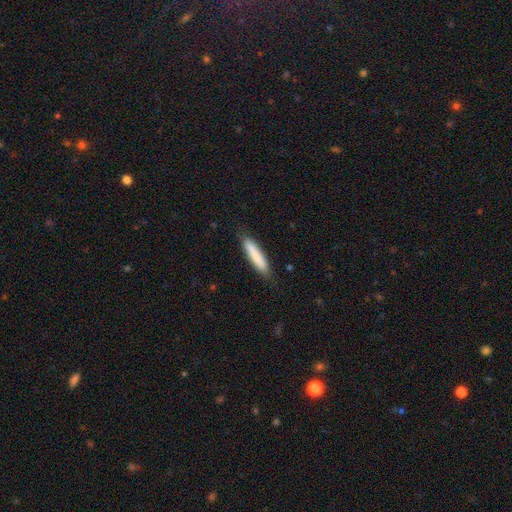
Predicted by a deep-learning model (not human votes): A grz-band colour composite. It shows a smooth galaxy with no disk features (83%) that is cigar-shaped (87%). Merging: none (84%).